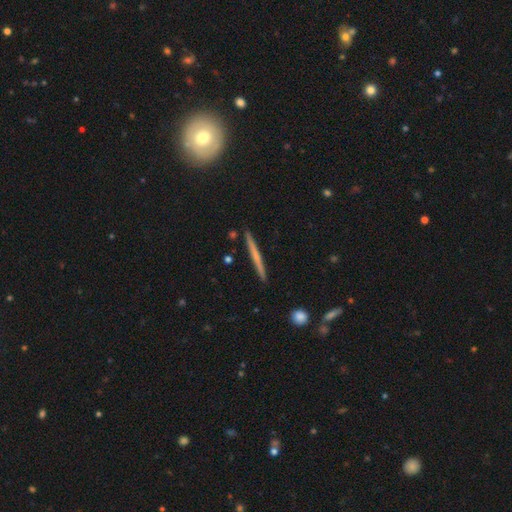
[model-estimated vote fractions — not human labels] A featured or disk galaxy (48%). Merging: none (92%).